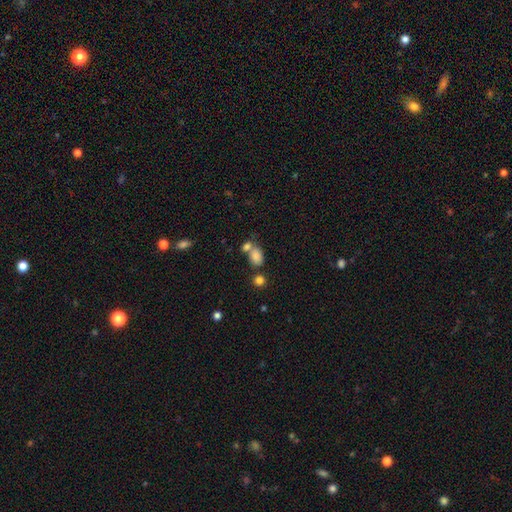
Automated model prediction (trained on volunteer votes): Smooth or featured?
  - smooth: 80% *
  - star or artifact: 11%
  - featured or disk: 9%
How rounded?
  - in between: 74% *
  - round: 24%
  - cigar-shaped: 1%
Merging?
  - none: 45% *
  - merger: 38%
  - minor disturbance: 12%
  - major disturbance: 5%